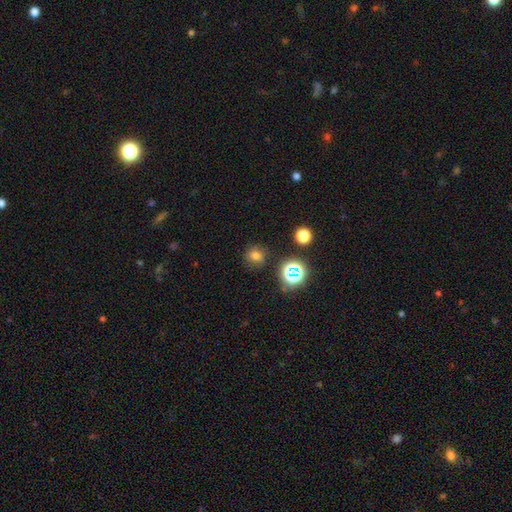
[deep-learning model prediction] A smooth galaxy with no disk features (68%) that is round (75%).

Vote fractions:
- Smooth or featured? smooth: 68% / star or artifact: 24% / featured or disk: 9%
- How rounded? round: 75% / in between: 24% / cigar-shaped: 1%
- Merging? none: 80% / minor disturbance: 12% / major disturbance: 4% / merger: 3%